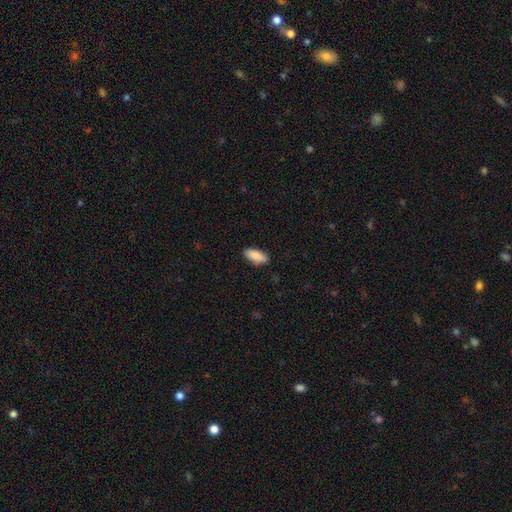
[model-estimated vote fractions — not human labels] Smooth or featured?
  - smooth: 90% *
  - star or artifact: 6%
  - featured or disk: 4%
How rounded?
  - in between: 84% *
  - cigar-shaped: 14%
  - round: 2%
Merging?
  - none: 88% *
  - minor disturbance: 10%
  - major disturbance: 2%
  - merger: 1%